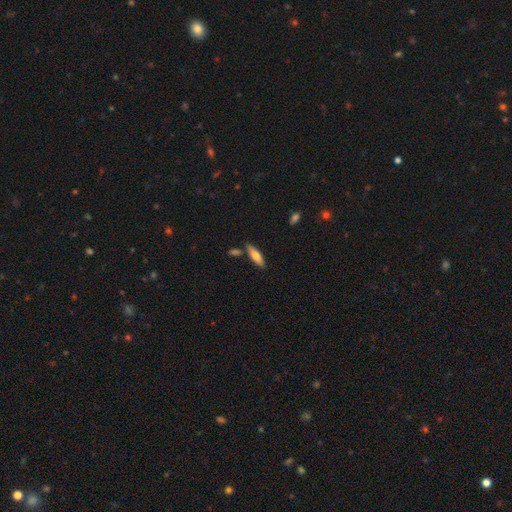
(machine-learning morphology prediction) This is likely a smooth galaxy (65%). How rounded: possibly cigar-shaped (56%). Merging: likely none (77%).